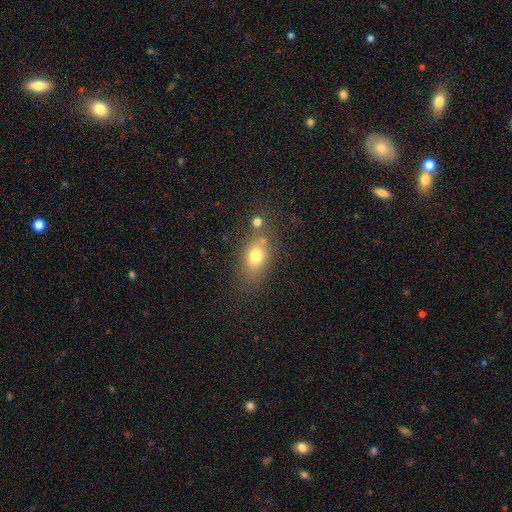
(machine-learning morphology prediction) A smooth galaxy with no disk features (73%) that is in between round and cigar-shaped (69%). Merging: none (62%).